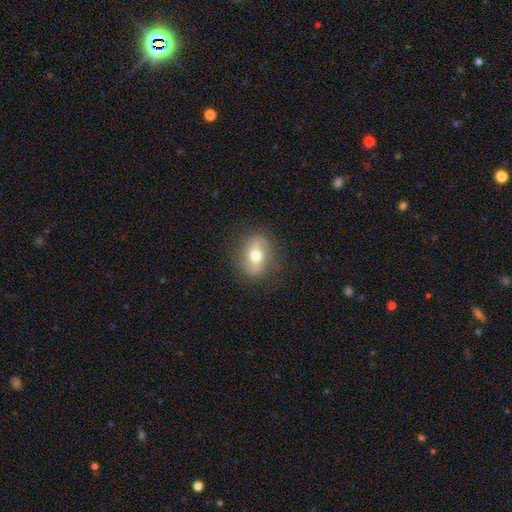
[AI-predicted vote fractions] smooth 48%, featured or disk 43%, star or artifact 8%. Down the decision tree: merging — none (84%).